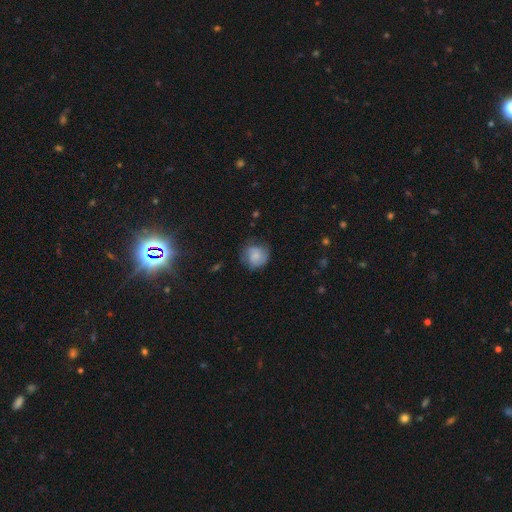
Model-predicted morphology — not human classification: smooth_or_featured: smooth (p=0.68) [alt: featured or disk p=0.23]
how_rounded: round (p=0.84) [alt: in between p=0.15]
merging: none (p=0.66) [alt: minor disturbance p=0.24]